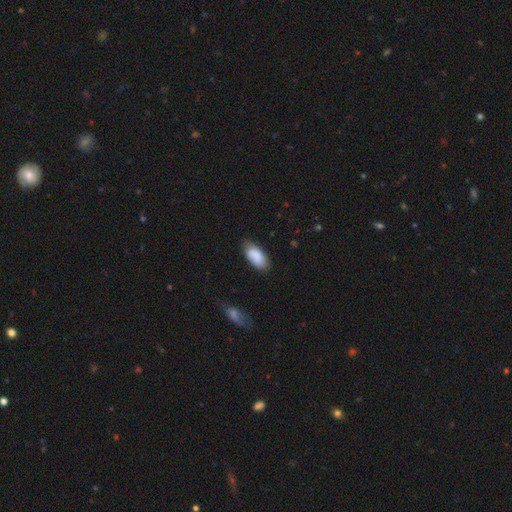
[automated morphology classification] Smooth or featured: smooth — 80% (featured or disk — 13%)
How rounded: in between — 92% (cigar-shaped — 5%)
Merging: none — 67% (minor disturbance — 25%)